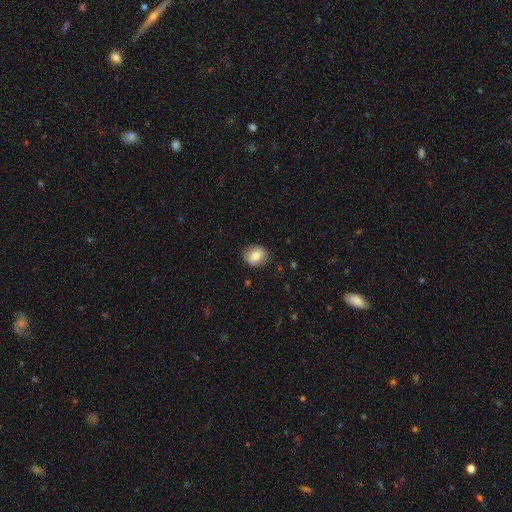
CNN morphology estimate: Overall: smooth (78%). How rounded: round (58%; in between 41%). Merging: none (83%).